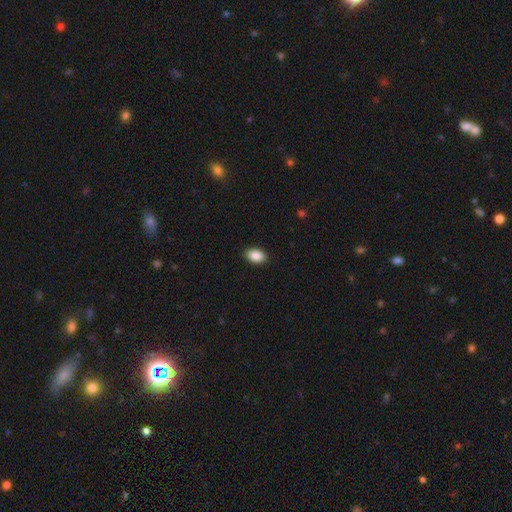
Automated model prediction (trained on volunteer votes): A smooth galaxy with no disk features (89%) that is in between round and cigar-shaped (86%).

Vote fractions:
- Smooth or featured? smooth: 89% / star or artifact: 7% / featured or disk: 4%
- How rounded? in between: 86% / round: 13% / cigar-shaped: 1%
- Merging? none: 91% / minor disturbance: 7% / major disturbance: 2% / merger: 1%